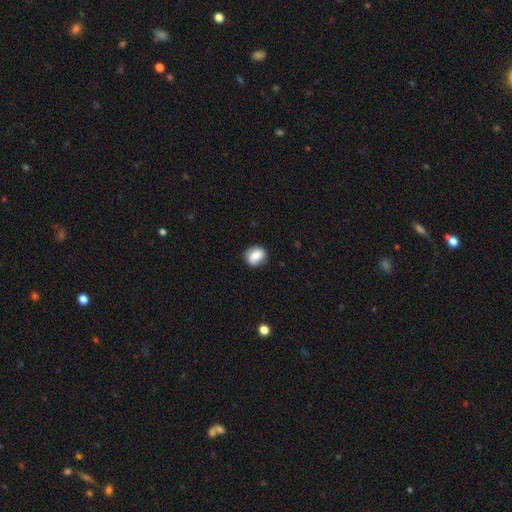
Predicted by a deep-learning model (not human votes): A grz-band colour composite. It shows a smooth galaxy with no disk features (81%) that is round (66%). Merging: none (79%).